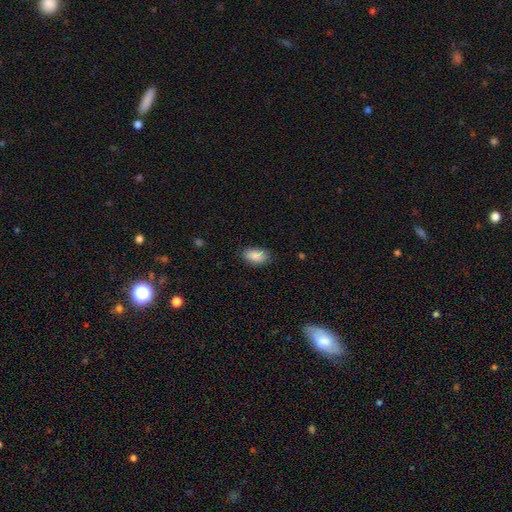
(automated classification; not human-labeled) smooth_or_featured: smooth (p=0.88) [alt: star or artifact p=0.07]
how_rounded: in between (p=0.93) [alt: round p=0.05]
merging: none (p=0.83) [alt: minor disturbance p=0.13]